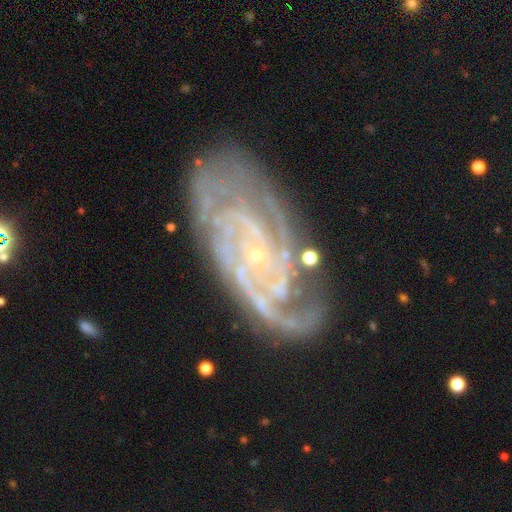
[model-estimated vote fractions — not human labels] featured or disk 91%, star or artifact 6%, smooth 4%. Down the decision tree: edge-on disk — no (96%); bar — no (65%); spiral arms — yes (98%); spiral arm count — 2 (29%); spiral winding — tight (61%); bulge size — small (86%); merging — none (70%).